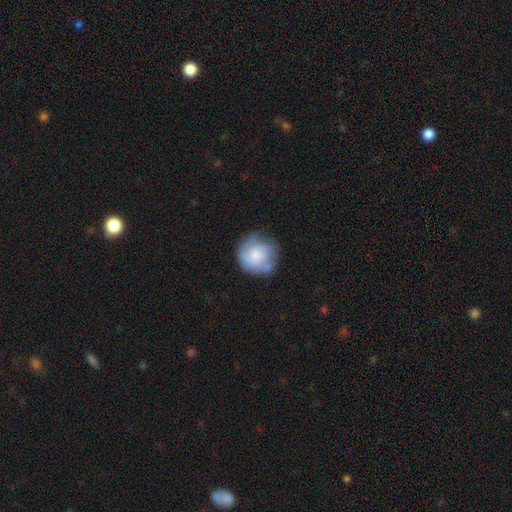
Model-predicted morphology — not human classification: smooth_or_featured: smooth (p=0.50) [alt: featured or disk p=0.42]
how_rounded: round (p=0.87) [alt: in between p=0.12]
merging: none (p=0.56) [alt: minor disturbance p=0.25]